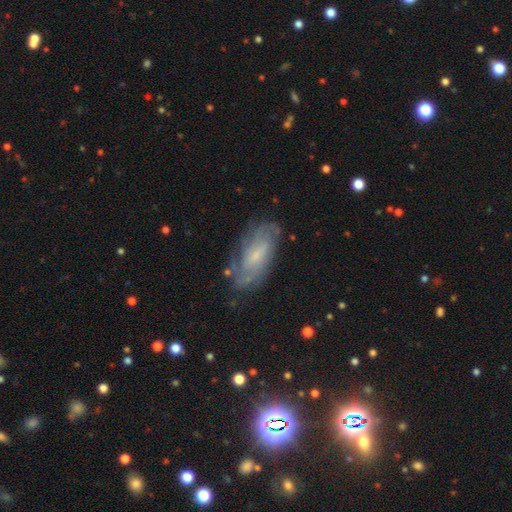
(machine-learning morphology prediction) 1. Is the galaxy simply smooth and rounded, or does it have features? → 67% featured or disk, 25% smooth, 8% star or artifact.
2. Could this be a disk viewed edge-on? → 91% no, 9% yes.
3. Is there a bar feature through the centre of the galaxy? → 49% no, 42% weak, 8% strong.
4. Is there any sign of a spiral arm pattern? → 86% yes, 14% no.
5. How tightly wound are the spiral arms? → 53% tight, 35% medium, 12% loose.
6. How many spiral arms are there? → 51% can't tell, 26% 2, 10% 3, 6% 4, 4% 1, 4% more than 4.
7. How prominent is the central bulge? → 64% small, 24% moderate, 9% none, 2% large, 1% dominant.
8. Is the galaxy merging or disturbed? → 73% none, 18% minor disturbance, 6% major disturbance, 2% merger.